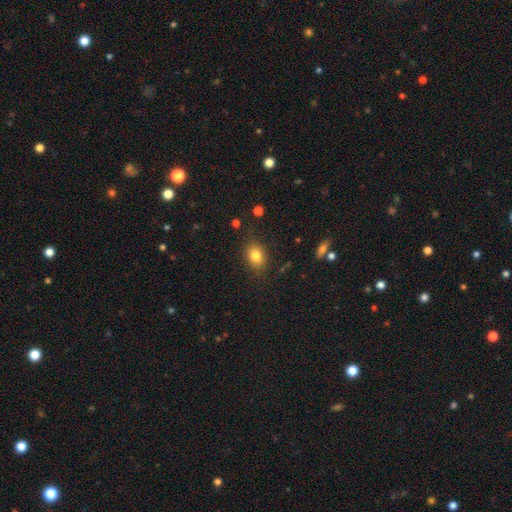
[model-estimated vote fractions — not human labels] Smooth or featured? smooth (82%)
How rounded? in between (73%)
Merging? none (84%)